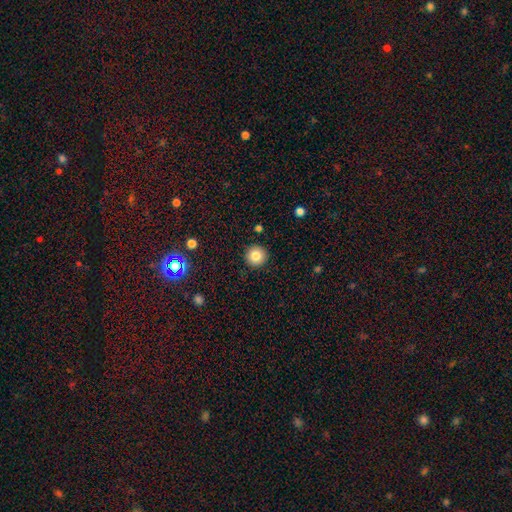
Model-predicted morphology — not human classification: Smooth or featured? smooth (82%)
How rounded? round (96%)
Merging? none (92%)